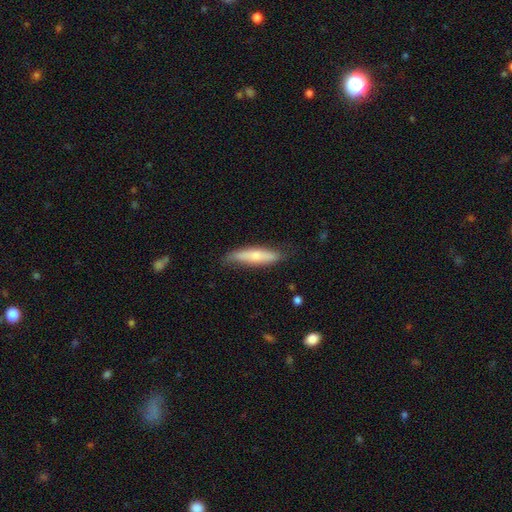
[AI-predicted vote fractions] Smooth or featured?
  - smooth: 61% *
  - featured or disk: 33%
  - star or artifact: 6%
How rounded?
  - cigar-shaped: 76% *
  - in between: 22%
  - round: 2%
Merging?
  - none: 74% *
  - minor disturbance: 20%
  - major disturbance: 4%
  - merger: 1%